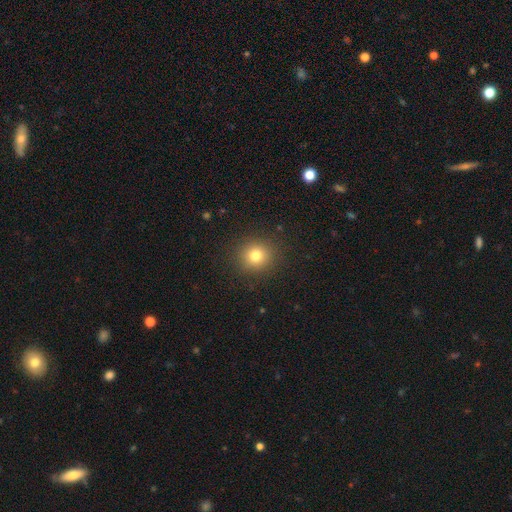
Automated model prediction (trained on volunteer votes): The model was most divided on "smooth or featured": smooth: 78%, star or artifact: 14%, featured or disk: 8%. More confident: merging — none (90%); how rounded — round (89%).